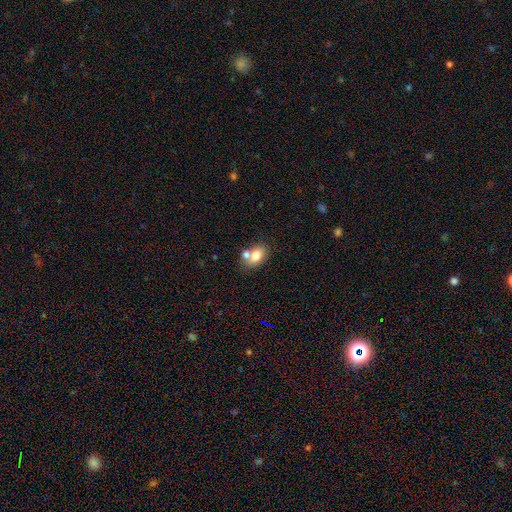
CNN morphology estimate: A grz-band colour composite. It shows a smooth galaxy with no disk features (74%) that is in between round and cigar-shaped (78%). Merging: none (49%).